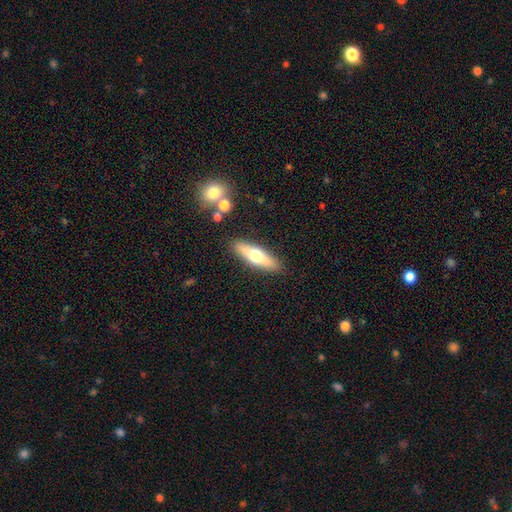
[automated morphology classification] smooth 52%, featured or disk 41%, star or artifact 6%. Down the decision tree: how rounded — cigar-shaped (63%); merging — none (87%).